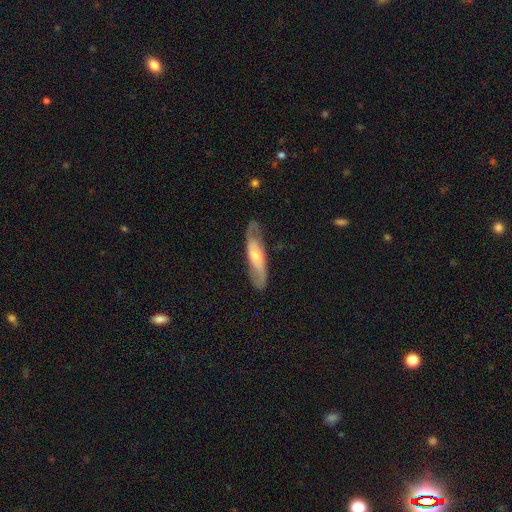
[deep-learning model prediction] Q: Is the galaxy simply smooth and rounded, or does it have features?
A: featured or disk — 54%.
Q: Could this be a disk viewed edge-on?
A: no — 62%.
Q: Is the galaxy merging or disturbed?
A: none — 76%.